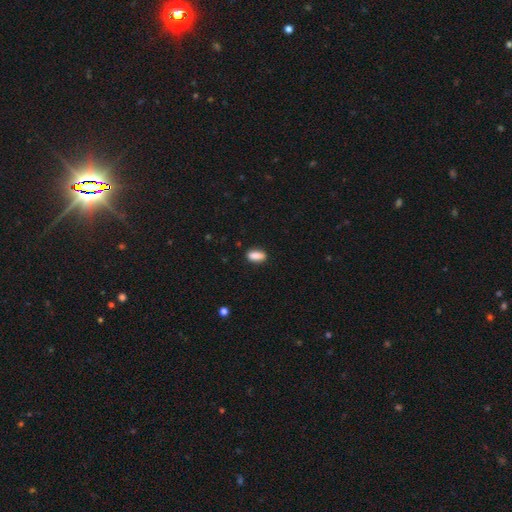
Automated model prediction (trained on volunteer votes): The model was most divided on "how rounded": in between: 81%, cigar-shaped: 15%, round: 4%. More confident: smooth or featured — smooth (88%); merging — none (87%).